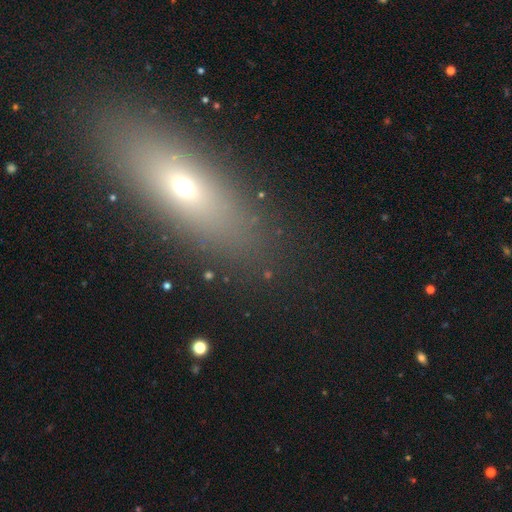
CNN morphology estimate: The model was most divided on "how rounded": in between: 51%, cigar-shaped: 41%, round: 8%. More confident: merging — none (87%); smooth or featured — smooth (56%).